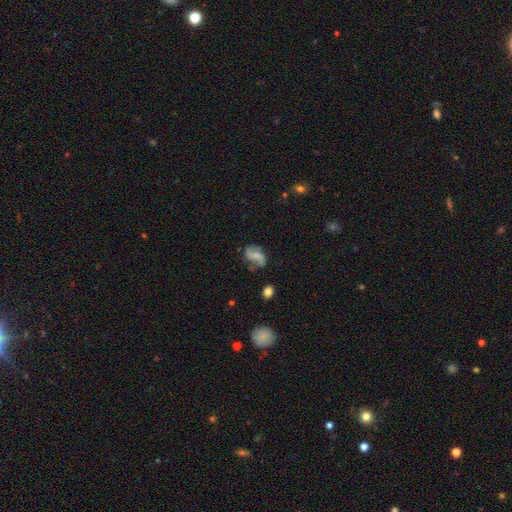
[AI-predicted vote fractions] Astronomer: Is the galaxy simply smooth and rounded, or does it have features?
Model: featured or disk — 72%.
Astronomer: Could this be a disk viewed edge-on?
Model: no — 97%.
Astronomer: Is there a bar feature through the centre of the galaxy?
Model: weak — 44% (runner-up: no, 36%).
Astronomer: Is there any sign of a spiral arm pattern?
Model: yes — 92%.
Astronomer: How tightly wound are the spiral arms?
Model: loose — 59%.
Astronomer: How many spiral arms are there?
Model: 2 — 90%.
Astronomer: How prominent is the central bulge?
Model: small — 41% (runner-up: none, 27%).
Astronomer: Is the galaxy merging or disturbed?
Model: none — 66%.